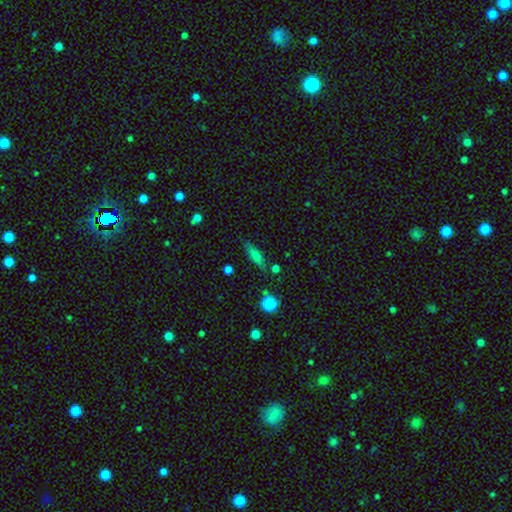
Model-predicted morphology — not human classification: A smooth galaxy with no disk features (66%) that is cigar-shaped (59%).

Vote fractions:
- Smooth or featured? smooth: 66% / featured or disk: 23% / star or artifact: 11%
- How rounded? cigar-shaped: 59% / in between: 36% / round: 4%
- Merging? none: 79% / minor disturbance: 14% / merger: 4% / major disturbance: 3%